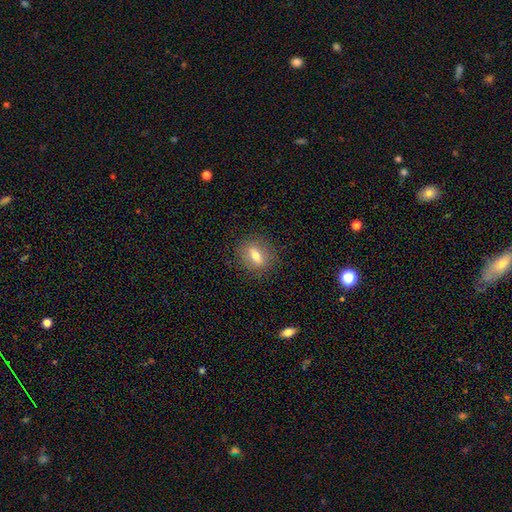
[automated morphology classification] This is possibly a smooth galaxy (56%). How rounded: possibly in between (49%). Merging: clearly none (85%).